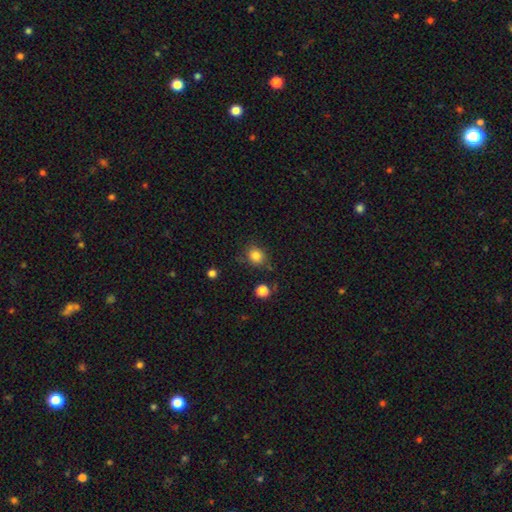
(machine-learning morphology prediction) A smooth galaxy with no disk features (83%) that is round (75%). Merging: none (77%).